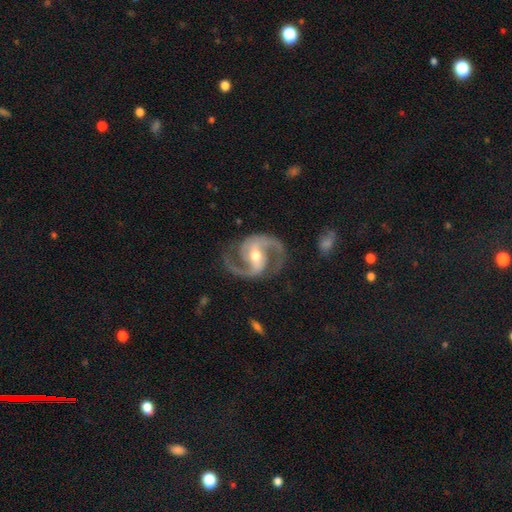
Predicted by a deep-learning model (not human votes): This appears to be a featured or disk galaxy (93%) with a weak bar (42%), 2 (94%) medium (67%) spiral arms (98%) and a moderate central bulge (70%). Merging: none (82%).